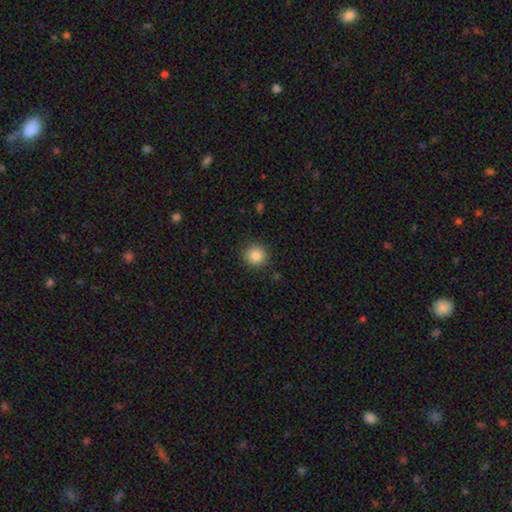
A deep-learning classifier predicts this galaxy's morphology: A smooth galaxy with no disk features (85%) that is round (93%).

Vote fractions:
- Smooth or featured? smooth: 85% / star or artifact: 10% / featured or disk: 5%
- How rounded? round: 93% / in between: 6% / cigar-shaped: 1%
- Merging? none: 89% / minor disturbance: 7% / major disturbance: 2% / merger: 1%